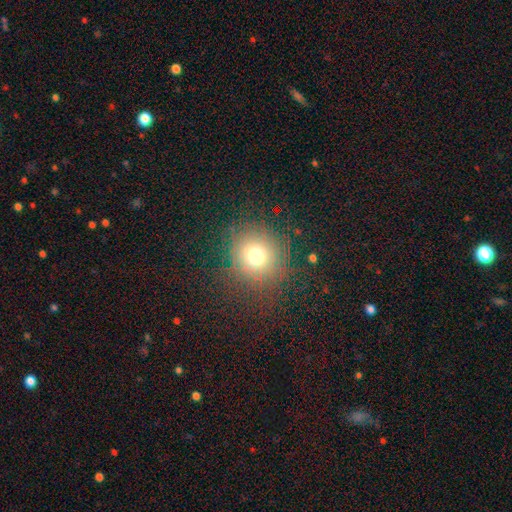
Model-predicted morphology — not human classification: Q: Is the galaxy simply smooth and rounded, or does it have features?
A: smooth — 70%.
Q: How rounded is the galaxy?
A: round — 89%.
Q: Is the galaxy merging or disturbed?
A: none — 81%.